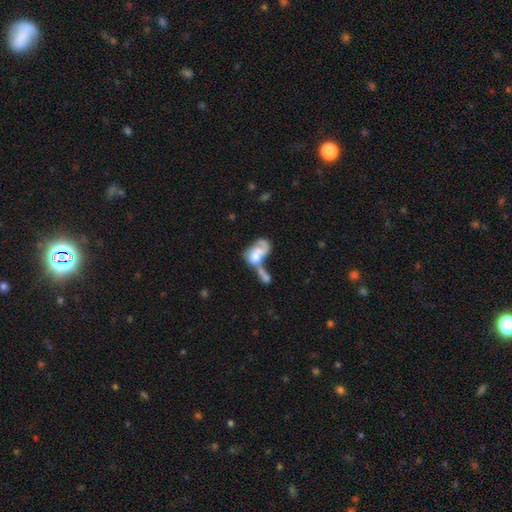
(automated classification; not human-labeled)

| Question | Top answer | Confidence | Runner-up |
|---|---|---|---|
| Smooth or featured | featured or disk | 47% | smooth (45%) |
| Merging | merger | 65% | major disturbance (19%) |